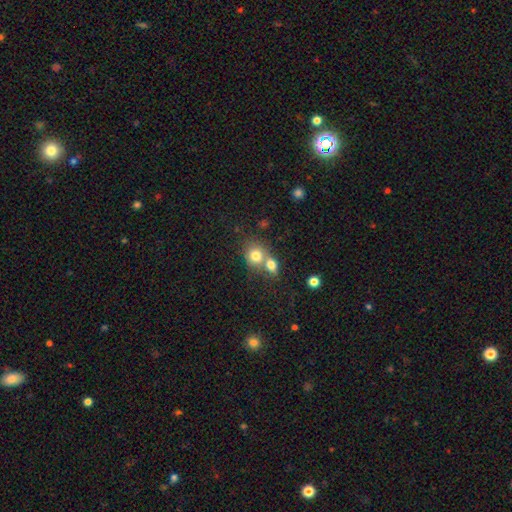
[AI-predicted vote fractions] A smooth galaxy with no disk features (78%) that is round (73%). Merging: merger (54%).